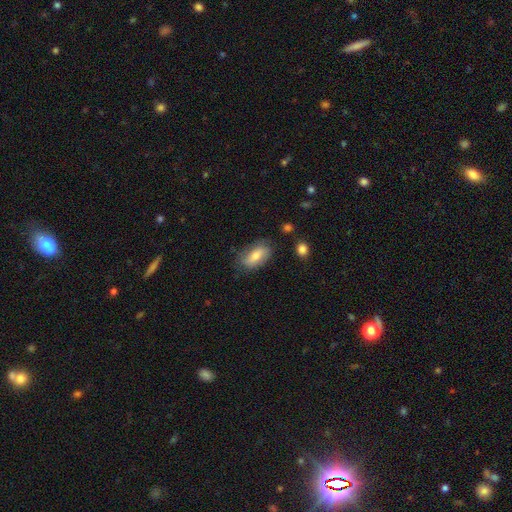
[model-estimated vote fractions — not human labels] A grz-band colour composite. It shows a smooth galaxy with no disk features (68%) that is in between round and cigar-shaped (89%). Merging: none (71%).